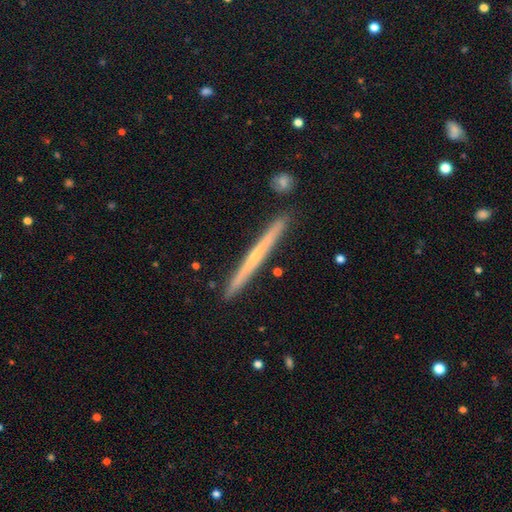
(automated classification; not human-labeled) This appears to be a featured or disk galaxy (59%) viewed edge-on (98%) with no central bulge (66%). Merging: none (91%).